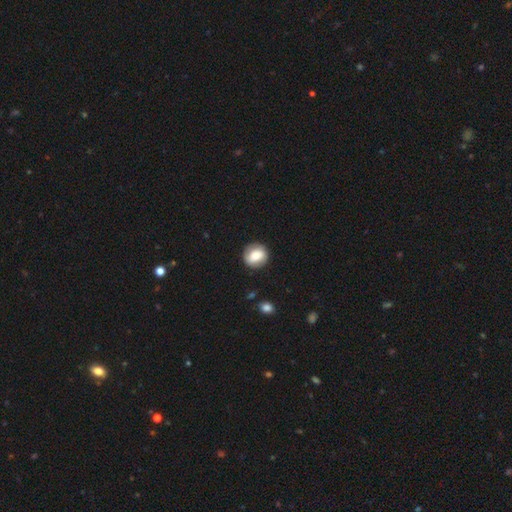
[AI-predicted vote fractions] Overall: smooth (70%). How rounded: round (86%). Merging: none (87%).